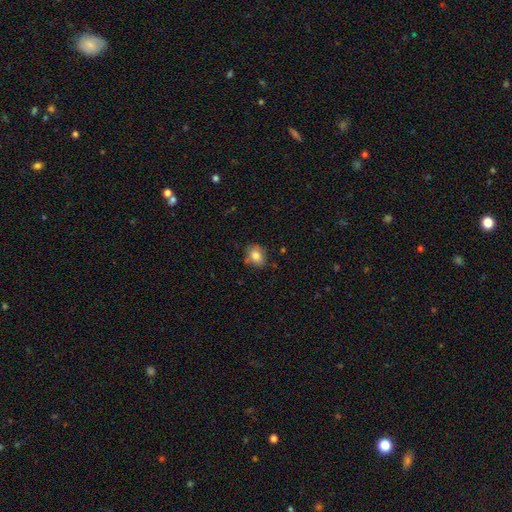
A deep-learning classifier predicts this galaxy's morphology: smooth 81%, featured or disk 10%, star or artifact 9%. Down the decision tree: how rounded — in between (57%); merging — none (76%).